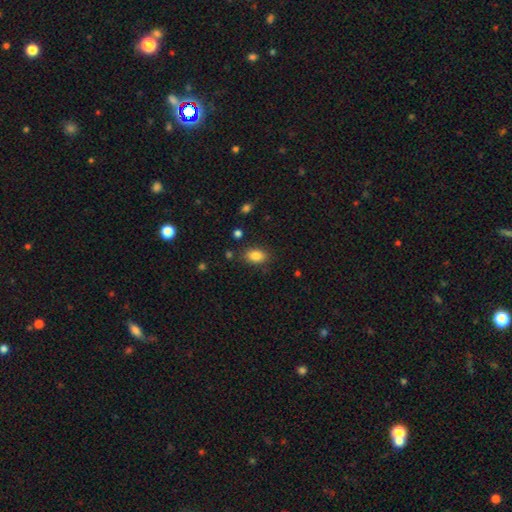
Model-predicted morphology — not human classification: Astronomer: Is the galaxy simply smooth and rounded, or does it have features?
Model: smooth — 85%.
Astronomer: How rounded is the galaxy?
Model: in between — 88%.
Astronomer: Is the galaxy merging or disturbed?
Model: none — 83%.